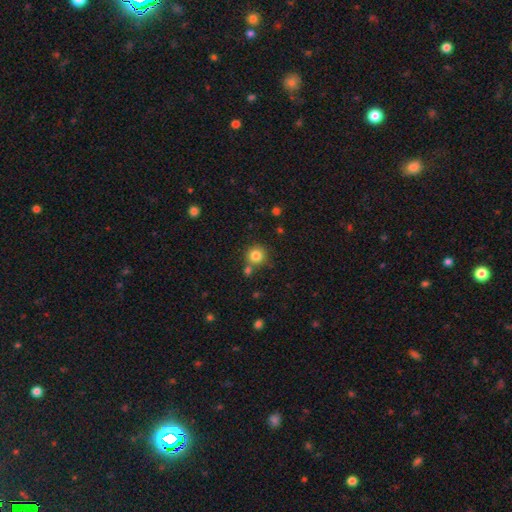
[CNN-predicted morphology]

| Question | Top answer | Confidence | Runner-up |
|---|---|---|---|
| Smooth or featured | smooth | 83% | star or artifact (11%) |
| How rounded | round | 93% | in between (6%) |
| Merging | none | 73% | merger (14%) |